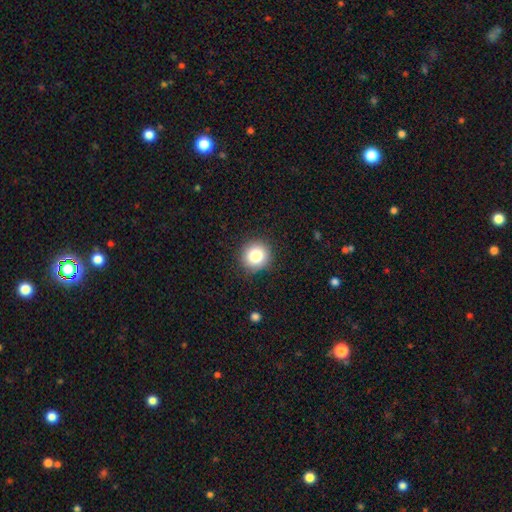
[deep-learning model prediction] Overall: smooth (82%). How rounded: round (92%). Merging: none (89%).